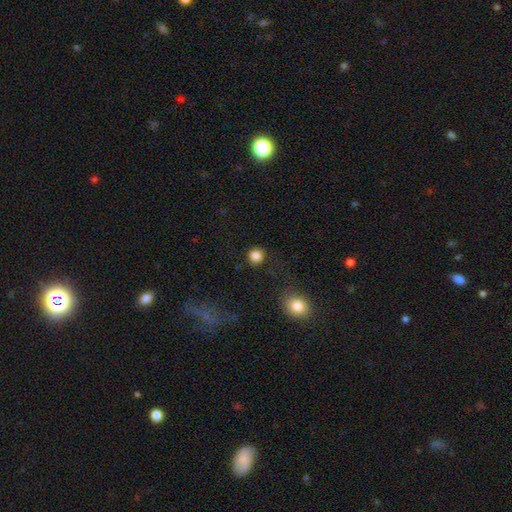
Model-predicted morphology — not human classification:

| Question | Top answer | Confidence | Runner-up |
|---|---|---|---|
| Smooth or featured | smooth | 85% | star or artifact (11%) |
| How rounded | round | 91% | in between (8%) |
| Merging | none | 88% | minor disturbance (7%) |